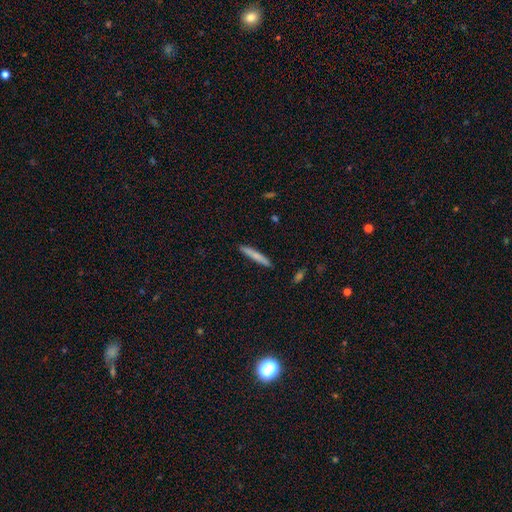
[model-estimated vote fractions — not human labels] Smooth or featured: smooth — 73% (featured or disk — 21%)
How rounded: cigar-shaped — 95% (in between — 4%)
Merging: none — 90% (minor disturbance — 8%)